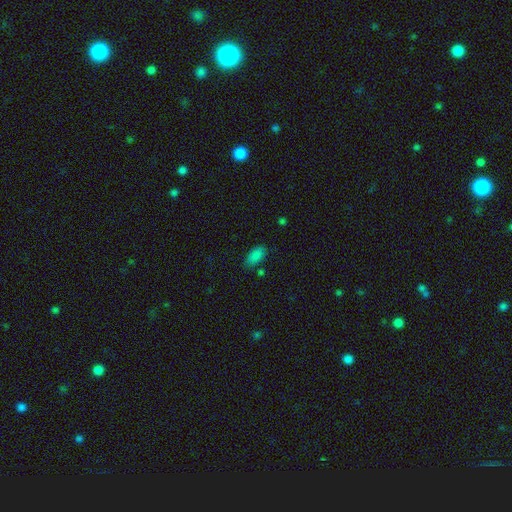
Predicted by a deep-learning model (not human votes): Morphology: type=smooth (85%); roundness=in between (92%); merging=none (77%).